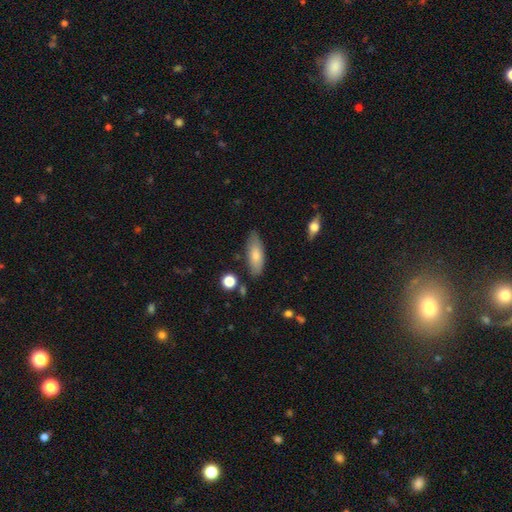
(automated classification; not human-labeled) A smooth galaxy with no disk features (75%) that is in between round and cigar-shaped (70%). Merging: none (77%).